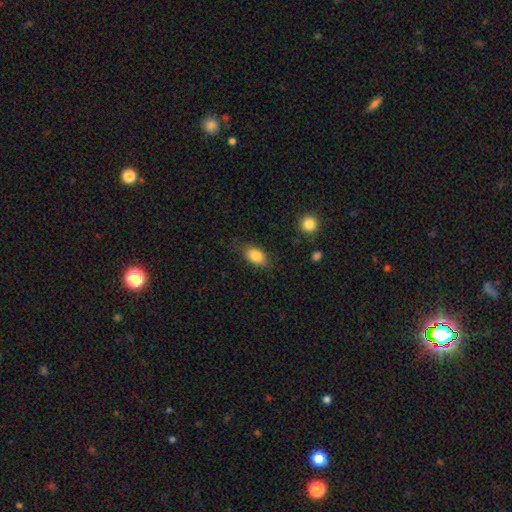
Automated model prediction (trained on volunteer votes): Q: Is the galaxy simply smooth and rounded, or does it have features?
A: smooth — 84%.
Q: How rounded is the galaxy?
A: in between — 86%.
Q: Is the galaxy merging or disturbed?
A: none — 77%.